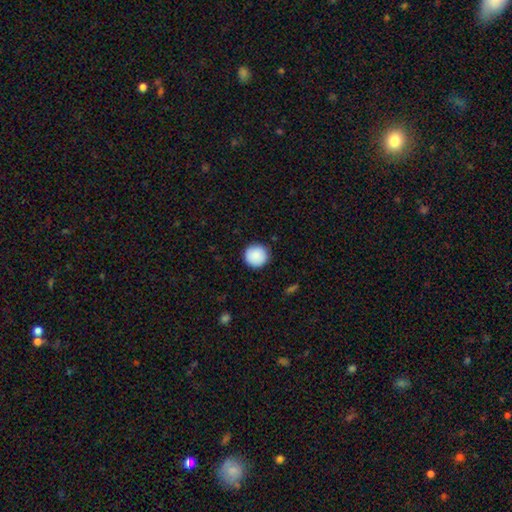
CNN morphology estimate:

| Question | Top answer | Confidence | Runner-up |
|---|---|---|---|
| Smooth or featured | smooth | 88% | star or artifact (7%) |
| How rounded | round | 96% | in between (3%) |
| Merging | none | 90% | minor disturbance (7%) |